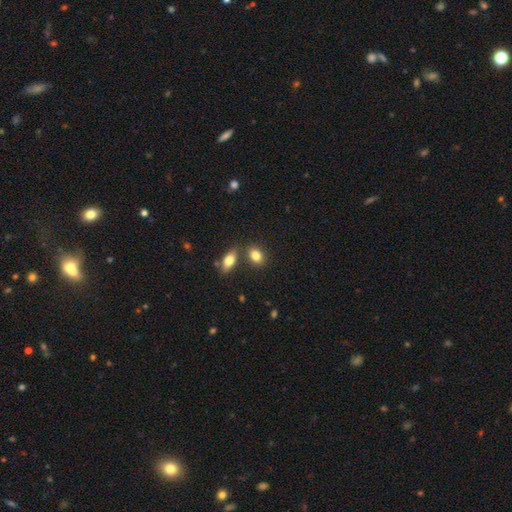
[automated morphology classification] A smooth galaxy with no disk features (82%) that is in between round and cigar-shaped (68%). Merging: none (71%).